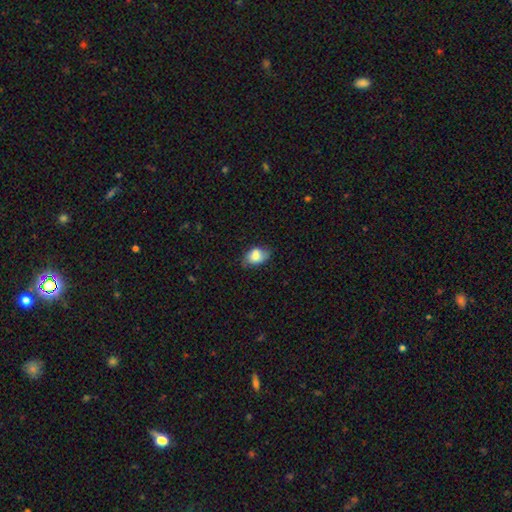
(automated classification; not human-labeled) Q: Smooth or featured?
A: smooth (79%); runner-up: featured or disk (13%)
Q: How rounded?
A: in between (82%); runner-up: round (16%)
Q: Merging?
A: none (64%); runner-up: minor disturbance (28%)